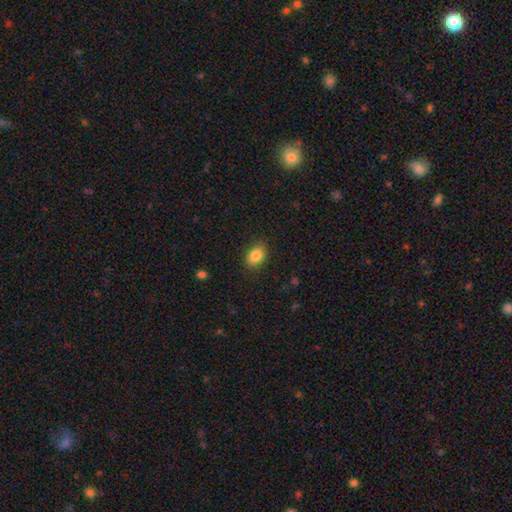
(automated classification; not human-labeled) Smooth or featured? smooth (85%)
How rounded? in between (70%)
Merging? none (86%)